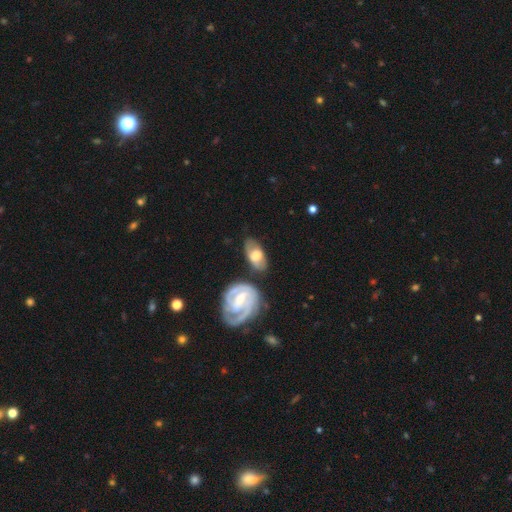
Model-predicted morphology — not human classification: smooth-or-featured: featured or disk: 55% | smooth: 40% | star or artifact: 5%
  disk-edge-on: no: 90% | yes: 10%
  merging: none: 58% | minor disturbance: 20% | merger: 15% | major disturbance: 7%